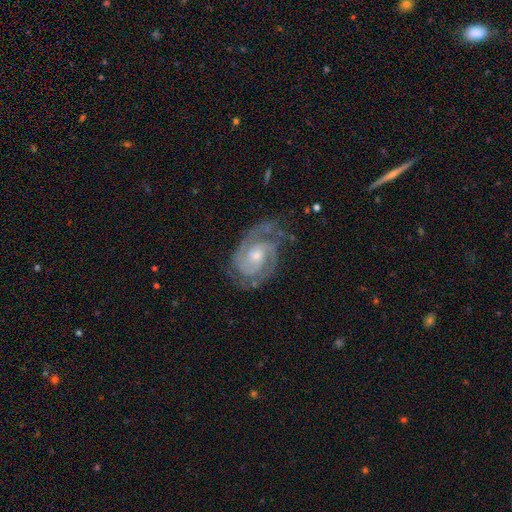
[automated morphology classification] smooth-or-featured: featured or disk: 91% | star or artifact: 5% | smooth: 4%
  disk-edge-on: no: 97% | yes: 3%
    bar: no: 58% | weak: 35% | strong: 7%
    has-spiral-arms: yes: 98% | no: 2%
      spiral-winding: tight: 57% | medium: 37% | loose: 5%
      spiral-arm-count: 2: 74% | 3: 12% | can't tell: 7% | 4: 2% | 1: 2% | more than 4: 2%
    bulge-size: small: 49% | moderate: 46% | none: 3% | large: 2% | dominant: 1%
  merging: none: 72% | minor disturbance: 19% | major disturbance: 8% | merger: 1%